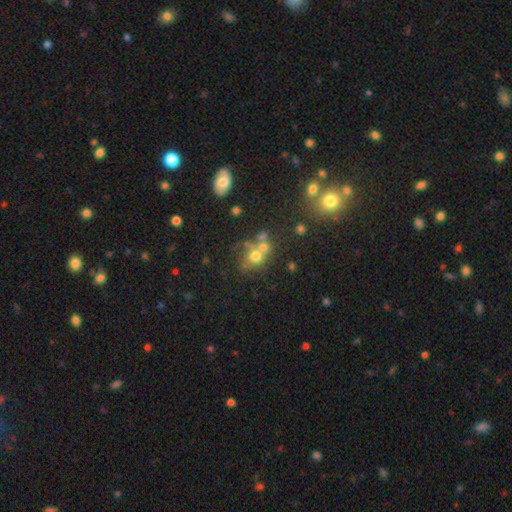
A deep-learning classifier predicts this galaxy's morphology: A smooth galaxy with no disk features (61%) that is round (74%). Merging: none (40%).